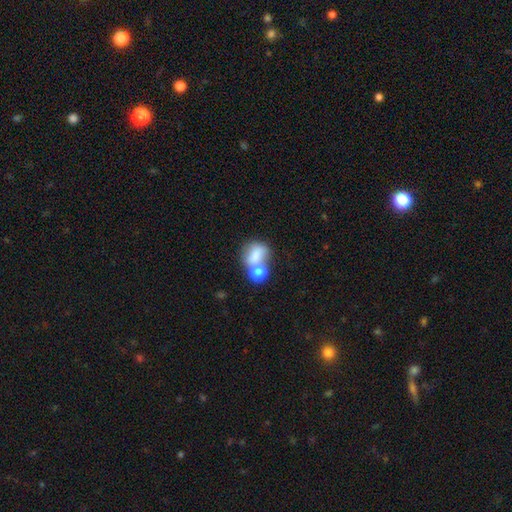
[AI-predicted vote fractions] This appears to be a smooth galaxy with no disk features (73%) that is in between round and cigar-shaped (55%). Merging: merger (52%).